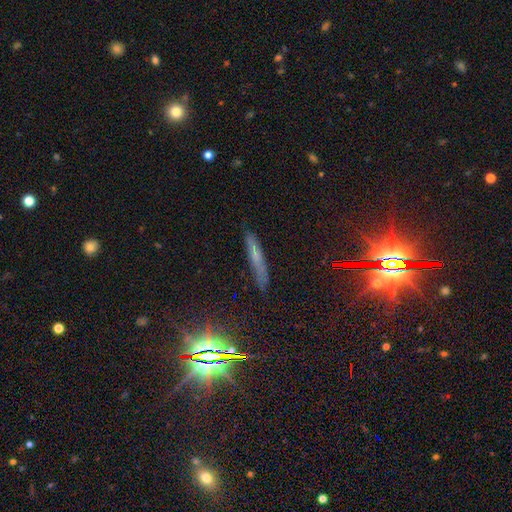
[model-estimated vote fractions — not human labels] Morphology: type=smooth (50%); roundness=cigar-shaped (93%); merging=none (80%).